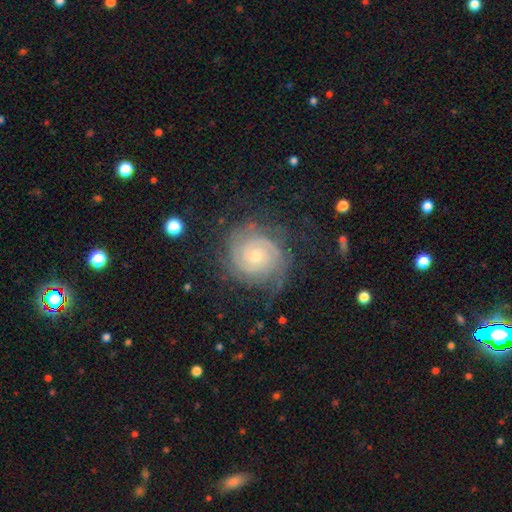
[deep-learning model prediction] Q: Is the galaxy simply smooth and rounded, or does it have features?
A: featured or disk — 85%.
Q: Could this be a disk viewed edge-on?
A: no — 98%.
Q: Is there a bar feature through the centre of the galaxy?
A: no — 73%.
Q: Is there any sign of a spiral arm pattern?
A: yes — 97%.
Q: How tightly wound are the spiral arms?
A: tight — 77%.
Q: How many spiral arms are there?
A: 2 — 44%.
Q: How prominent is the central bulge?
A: small — 61%.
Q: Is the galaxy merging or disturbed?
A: none — 72%.